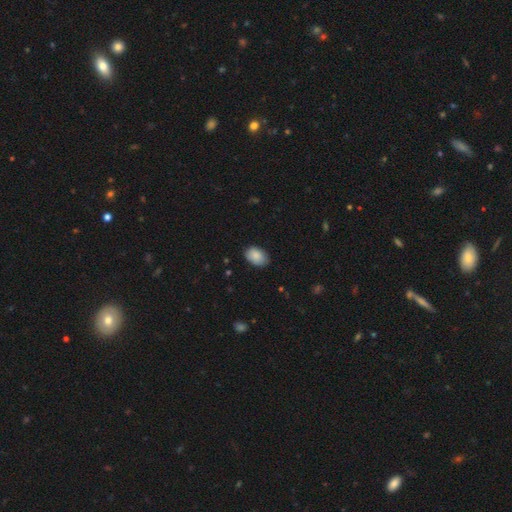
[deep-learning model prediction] Smooth or featured?
  - smooth: 87% *
  - featured or disk: 7%
  - star or artifact: 6%
How rounded?
  - in between: 86% *
  - round: 12%
  - cigar-shaped: 1%
Merging?
  - none: 83% *
  - minor disturbance: 14%
  - major disturbance: 2%
  - merger: 1%